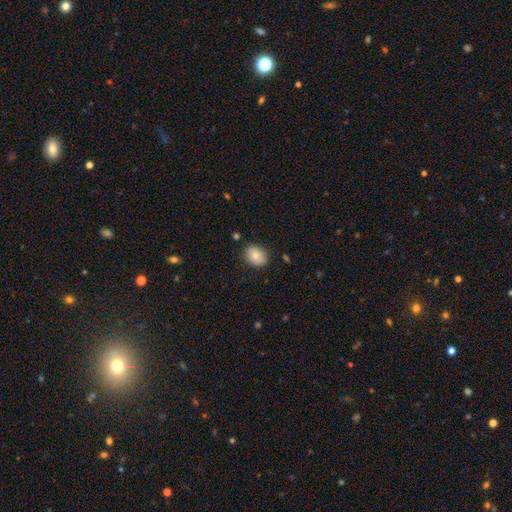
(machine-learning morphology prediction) smooth-or-featured: smooth: 81% | featured or disk: 11% | star or artifact: 8%
  how-rounded: in between: 58% | round: 41% | cigar-shaped: 1%
  merging: none: 86% | minor disturbance: 11% | major disturbance: 2% | merger: 1%